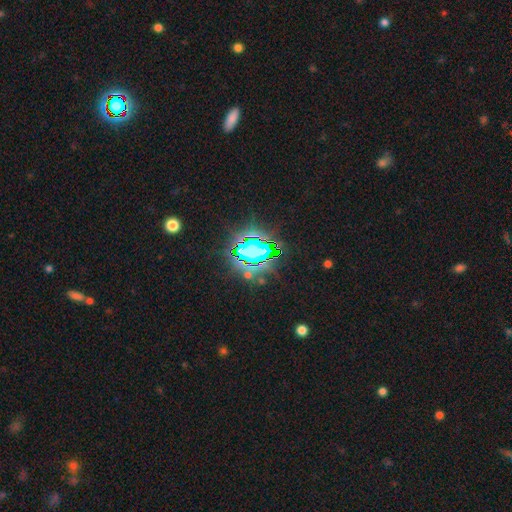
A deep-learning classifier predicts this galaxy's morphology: Q: Smooth or featured?
A: star or artifact (81%); runner-up: smooth (12%)